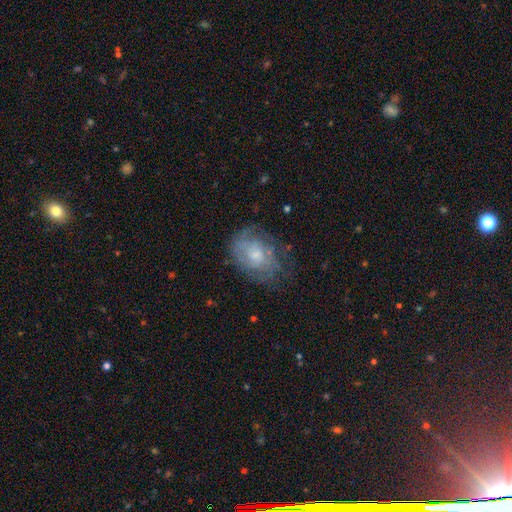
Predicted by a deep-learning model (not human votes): Morphology: type=featured or disk (58%); edge-on=no (96%); bar=no (79%); spiral arms=yes (68%); bulge=small (50%); merging=none (60%).